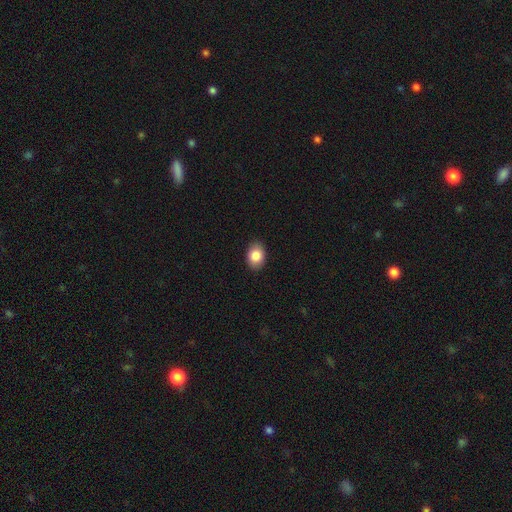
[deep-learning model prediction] Smooth or featured? Predicted: smooth (p=0.86). How rounded? Predicted: in between (p=0.75). Merging? Predicted: none (p=0.89).